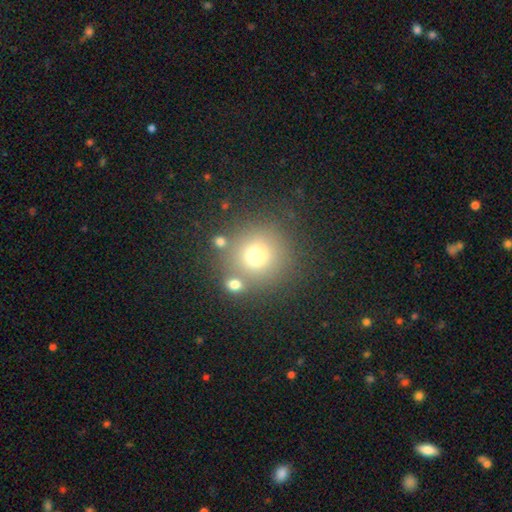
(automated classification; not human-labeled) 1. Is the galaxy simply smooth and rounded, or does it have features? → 70% smooth, 17% star or artifact, 13% featured or disk.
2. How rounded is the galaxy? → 93% round, 6% in between, 1% cigar-shaped.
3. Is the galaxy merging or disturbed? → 72% none, 14% merger, 9% minor disturbance, 5% major disturbance.